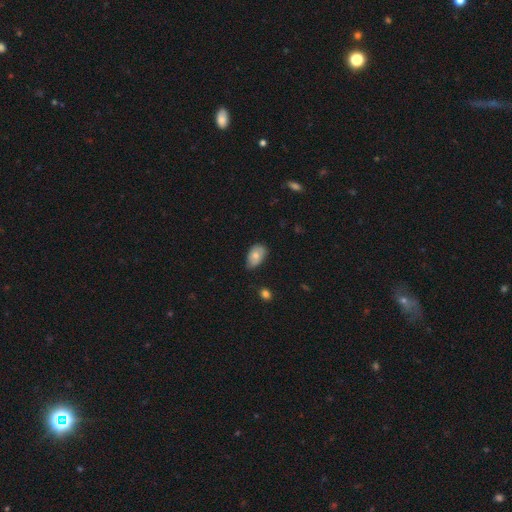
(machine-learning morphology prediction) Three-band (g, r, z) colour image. It shows a smooth galaxy with no disk features (71%) that is in between round and cigar-shaped (90%). Merging: none (59%).